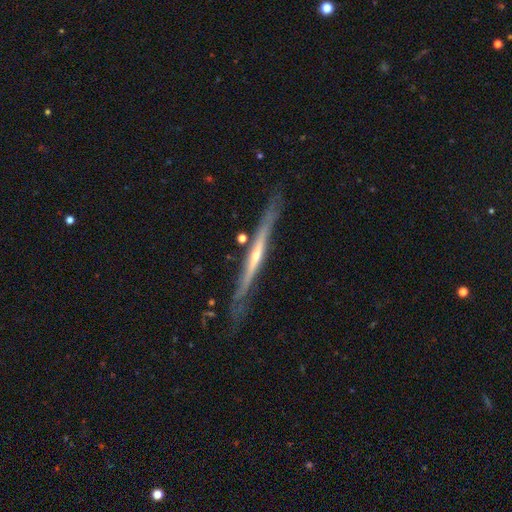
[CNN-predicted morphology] type=featured or disk (80%); edge-on=yes (95%); edge-on bulge=rounded (62%); merging=none (76%).